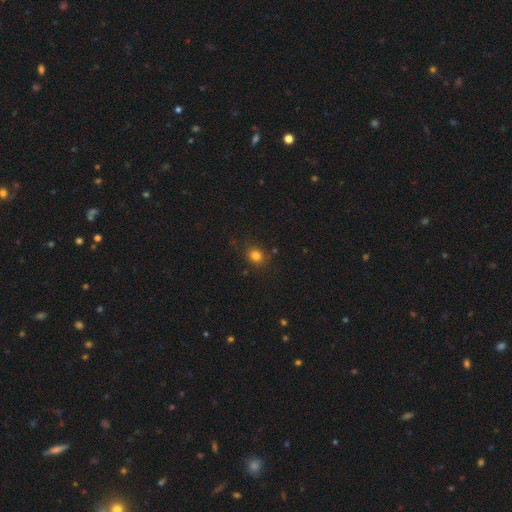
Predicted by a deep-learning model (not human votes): smooth 80%, star or artifact 14%, featured or disk 5%. Down the decision tree: how rounded — round (73%); merging — none (82%).